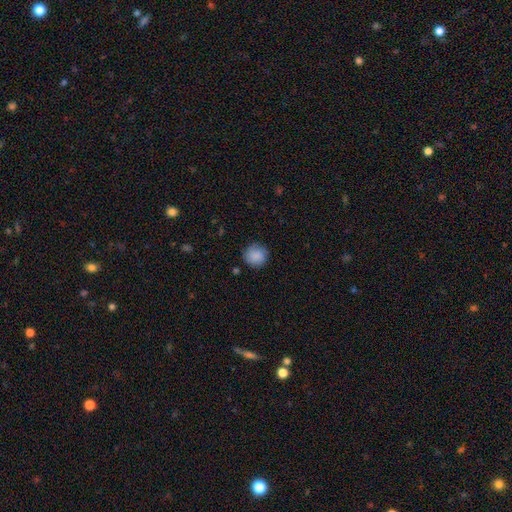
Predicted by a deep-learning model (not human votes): This is clearly a smooth galaxy (88%). How rounded: clearly round (92%). Merging: clearly none (85%).